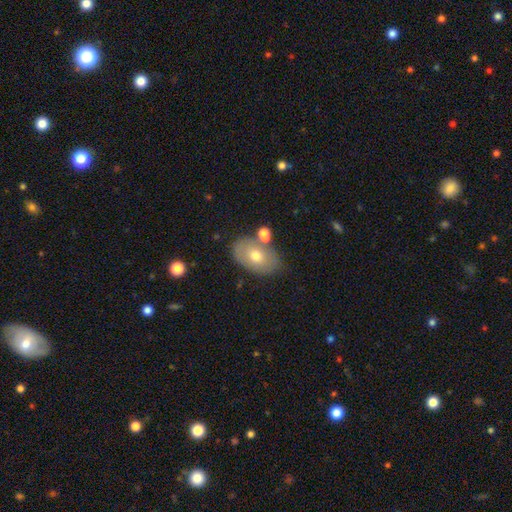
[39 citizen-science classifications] Smooth or featured?
  - smooth: 74% *
  - featured or disk: 18%
  - star or artifact: 8%
How rounded?
  - in between: 86% *
  - round: 14%
  - cigar-shaped: 0%
Merging?
  - none: 69% *
  - minor disturbance: 14%
  - merger: 14%
  - major disturbance: 3%